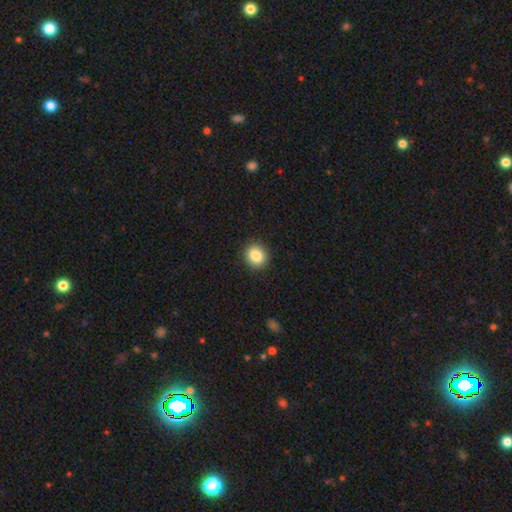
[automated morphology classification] Smooth or featured? smooth (85%)
How rounded? round (77%)
Merging? none (91%)